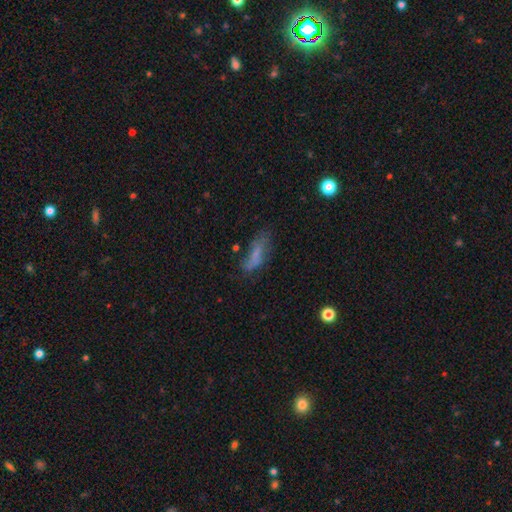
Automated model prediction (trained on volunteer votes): smooth_or_featured: smooth (p=0.59) [alt: featured or disk p=0.27]
how_rounded: in between (p=0.59) [alt: cigar-shaped p=0.38]
merging: none (p=0.47) [alt: minor disturbance p=0.27]